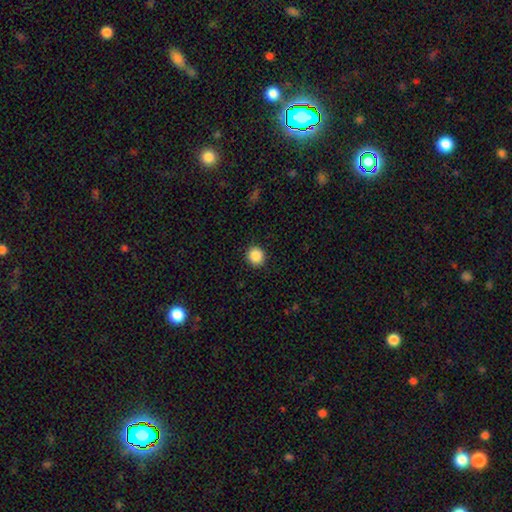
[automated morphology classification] A smooth galaxy with no disk features (88%) that is round (89%).

Vote fractions:
- Smooth or featured? smooth: 88% / star or artifact: 9% / featured or disk: 3%
- How rounded? round: 89% / in between: 10% / cigar-shaped: 1%
- Merging? none: 92% / minor disturbance: 5% / major disturbance: 2% / merger: 1%